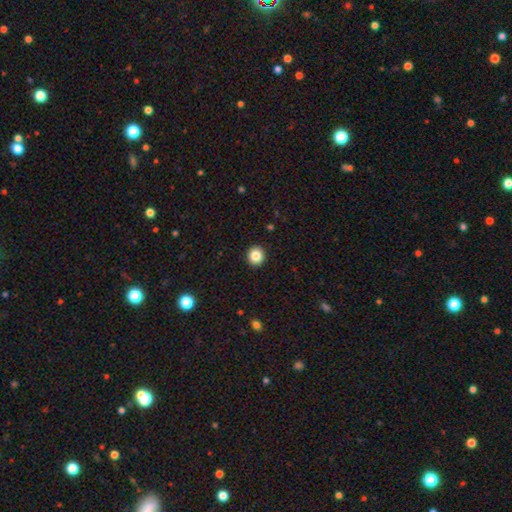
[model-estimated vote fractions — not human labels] smooth_or_featured: smooth (p=0.85) [alt: star or artifact p=0.10]
how_rounded: round (p=0.89) [alt: in between p=0.10]
merging: none (p=0.93) [alt: minor disturbance p=0.05]